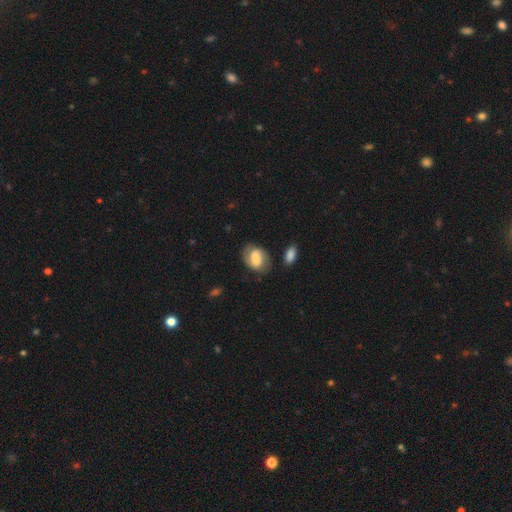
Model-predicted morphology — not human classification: A smooth galaxy with no disk features (51%) that is in between round and cigar-shaped (78%).

Vote fractions:
- Smooth or featured? smooth: 51% / featured or disk: 42% / star or artifact: 8%
- How rounded? in between: 78% / round: 20% / cigar-shaped: 2%
- Merging? none: 69% / minor disturbance: 20% / major disturbance: 8% / merger: 4%